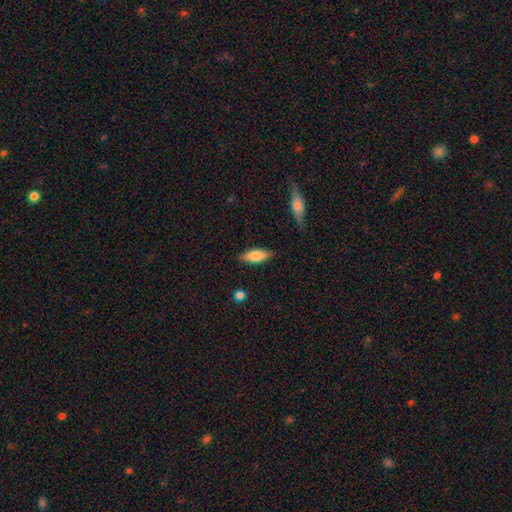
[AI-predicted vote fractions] The model was most divided on "how rounded": in between: 73%, cigar-shaped: 25%, round: 2%. More confident: merging — none (82%); smooth or featured — smooth (78%).